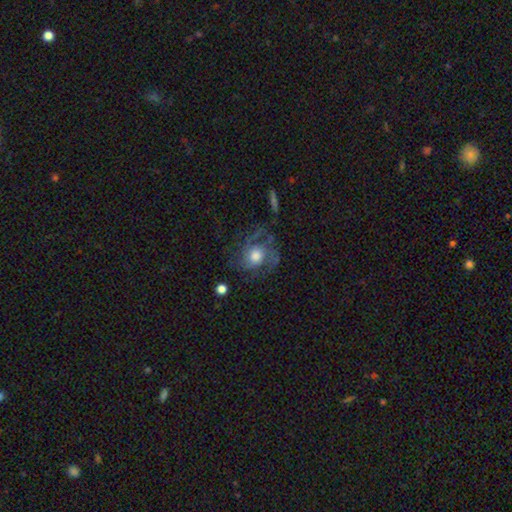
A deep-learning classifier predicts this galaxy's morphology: Smooth or featured: featured or disk — 71% (smooth — 20%)
Edge-on disk: no — 97% (yes — 3%)
Bar: no — 80% (weak — 18%)
Spiral arms: yes — 88% (no — 12%)
Spiral winding: medium — 45% (tight — 37%)
Spiral arm count: can't tell — 29% (3 — 25%)
Bulge size: moderate — 49% (large — 38%)
Merging: none — 59% (major disturbance — 20%)